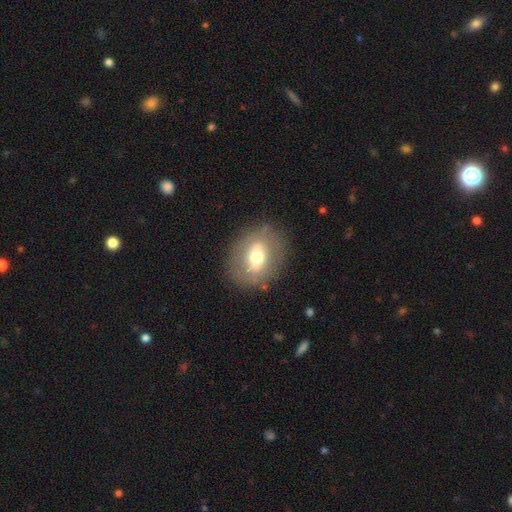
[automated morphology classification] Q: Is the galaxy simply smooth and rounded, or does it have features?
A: smooth — 53%.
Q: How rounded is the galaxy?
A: in between — 54%.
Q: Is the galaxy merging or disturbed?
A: none — 81%.